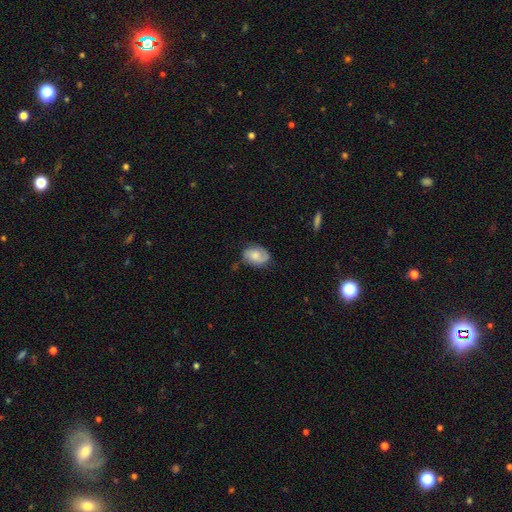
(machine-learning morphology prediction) Q: Smooth or featured?
A: smooth (54%); runner-up: featured or disk (38%)
Q: How rounded?
A: in between (78%); runner-up: round (21%)
Q: Merging?
A: none (67%); runner-up: minor disturbance (25%)